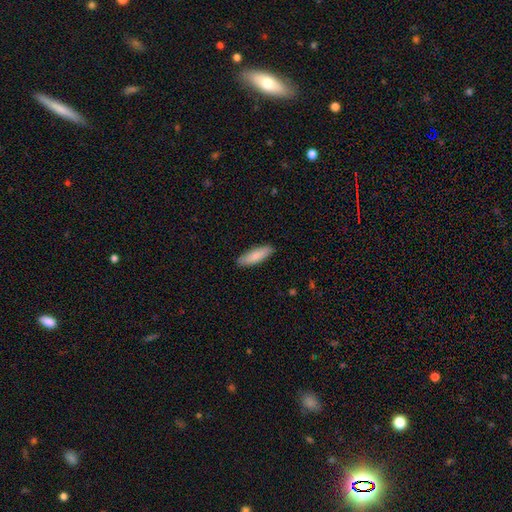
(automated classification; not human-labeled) Smooth or featured? smooth (84%)
How rounded? cigar-shaped (52%)
Merging? none (88%)